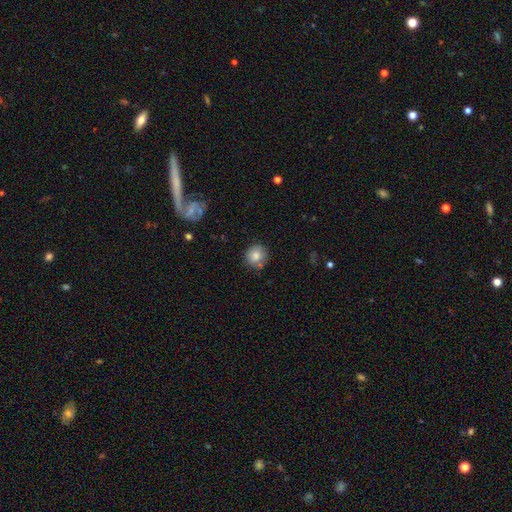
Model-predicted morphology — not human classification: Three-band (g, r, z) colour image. It shows a smooth galaxy with no disk features (80%) that is round (86%). Merging: none (75%).